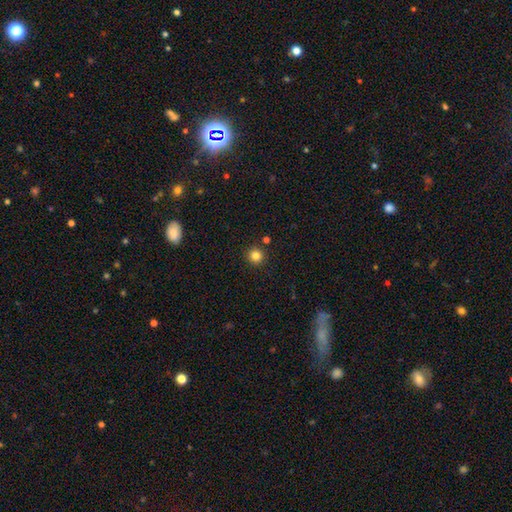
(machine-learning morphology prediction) A smooth galaxy with no disk features (82%) that is round (95%).

Vote fractions:
- Smooth or featured? smooth: 82% / star or artifact: 13% / featured or disk: 5%
- How rounded? round: 95% / in between: 4% / cigar-shaped: 1%
- Merging? none: 90% / minor disturbance: 5% / merger: 3% / major disturbance: 2%